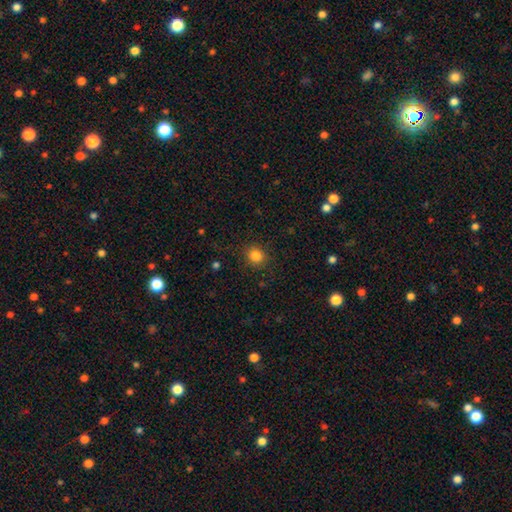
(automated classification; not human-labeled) Smooth or featured: smooth — 84% (star or artifact — 12%)
How rounded: round — 84% (in between — 15%)
Merging: none — 89% (minor disturbance — 7%)